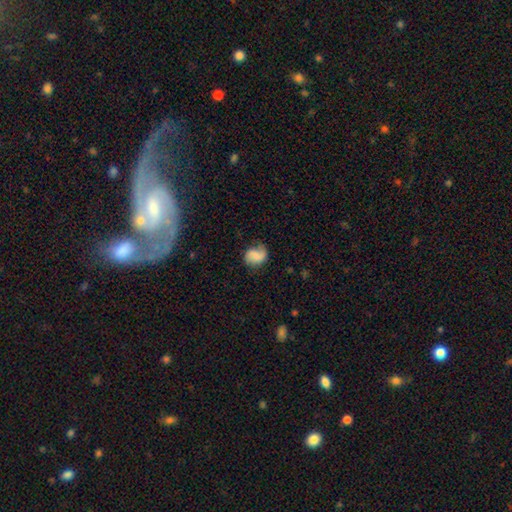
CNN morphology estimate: smooth 57%, featured or disk 34%, star or artifact 9%. Down the decision tree: how rounded — round (53%); merging — none (63%).